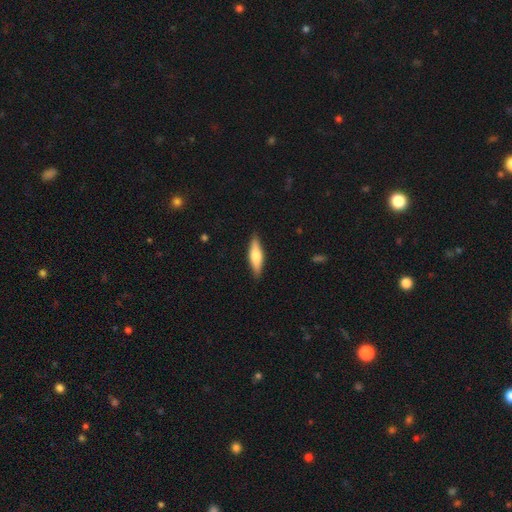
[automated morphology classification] Overall: smooth (55%; featured or disk 40%). How rounded: cigar-shaped (62%; in between 36%). Merging: none (89%).